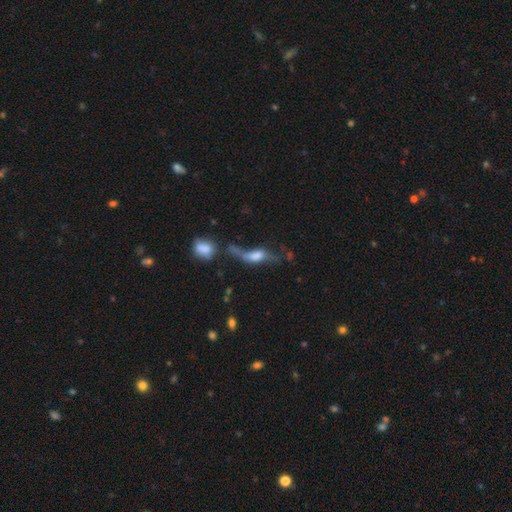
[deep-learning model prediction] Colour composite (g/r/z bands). It shows a featured or disk galaxy (57%). Merging: none (33%).